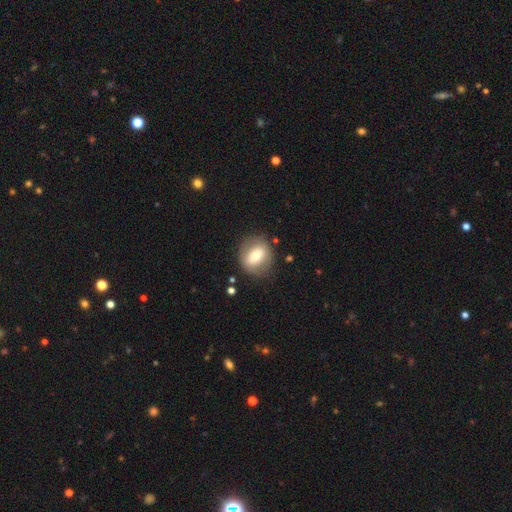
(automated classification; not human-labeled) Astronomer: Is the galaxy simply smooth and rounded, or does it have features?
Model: smooth — 56% (runner-up: featured or disk, 36%).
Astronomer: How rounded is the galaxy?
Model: round — 66%.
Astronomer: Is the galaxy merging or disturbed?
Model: none — 79%.